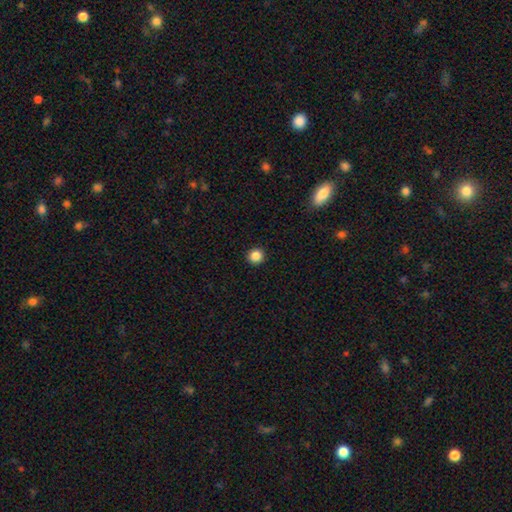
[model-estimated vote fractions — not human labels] Smooth or featured? smooth (86%)
How rounded? round (94%)
Merging? none (93%)